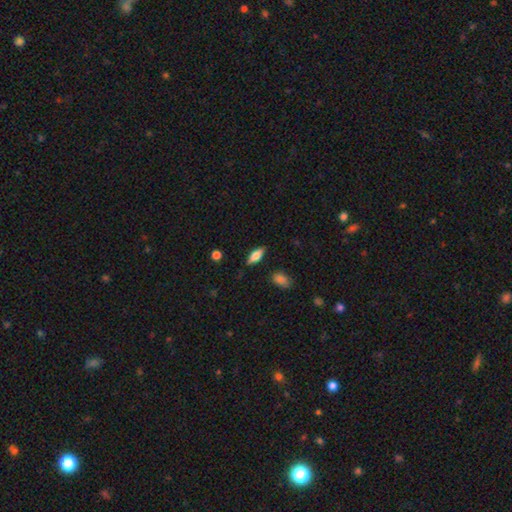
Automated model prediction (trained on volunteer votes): smooth-or-featured: smooth: 62% | featured or disk: 31% | star or artifact: 7%
  how-rounded: in between: 75% | cigar-shaped: 21% | round: 3%
  merging: none: 84% | minor disturbance: 11% | major disturbance: 3% | merger: 2%